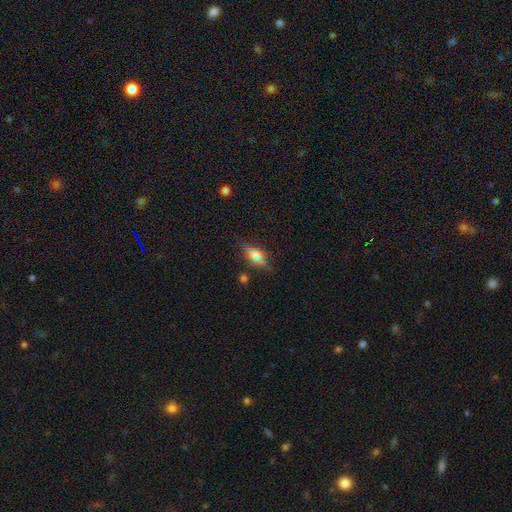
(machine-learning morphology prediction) type=smooth (56%); roundness=in between (72%); merging=none (70%).